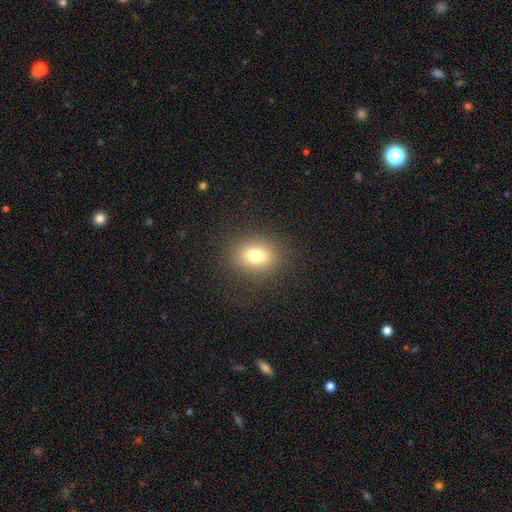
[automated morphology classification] Q: Smooth or featured?
A: smooth (76%); runner-up: star or artifact (13%)
Q: How rounded?
A: round (51%); runner-up: in between (48%)
Q: Merging?
A: none (88%); runner-up: minor disturbance (8%)